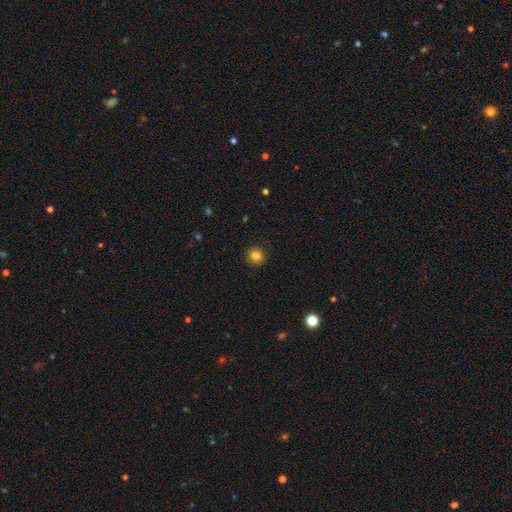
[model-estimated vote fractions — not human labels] Q: Smooth or featured?
A: smooth (85%); runner-up: star or artifact (11%)
Q: How rounded?
A: round (91%); runner-up: in between (8%)
Q: Merging?
A: none (90%); runner-up: minor disturbance (7%)